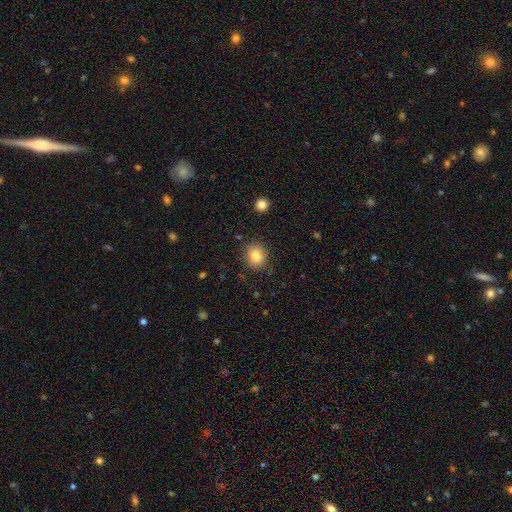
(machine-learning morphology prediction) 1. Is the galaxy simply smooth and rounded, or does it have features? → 83% smooth, 10% star or artifact, 7% featured or disk.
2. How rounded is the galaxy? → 78% round, 21% in between, 1% cigar-shaped.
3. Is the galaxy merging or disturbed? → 87% none, 9% minor disturbance, 3% major disturbance, 2% merger.